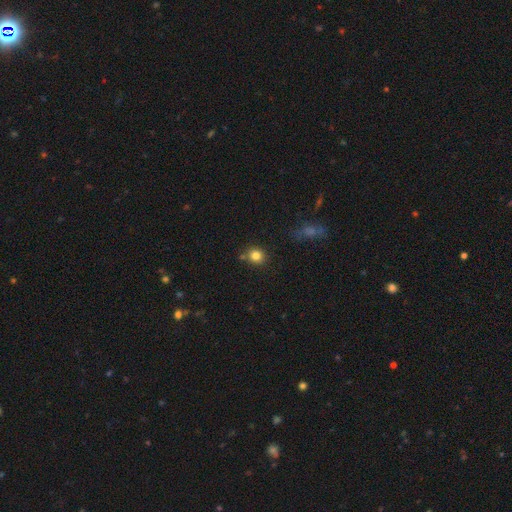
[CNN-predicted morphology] Smooth or featured?
  - smooth: 82% *
  - star or artifact: 12%
  - featured or disk: 6%
How rounded?
  - round: 85% *
  - in between: 14%
  - cigar-shaped: 1%
Merging?
  - none: 79% *
  - minor disturbance: 10%
  - merger: 7%
  - major disturbance: 3%